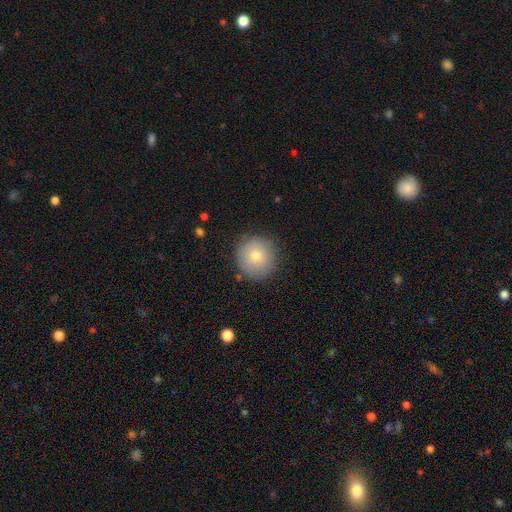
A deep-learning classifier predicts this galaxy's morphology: type=smooth (75%); roundness=round (95%); merging=none (86%).